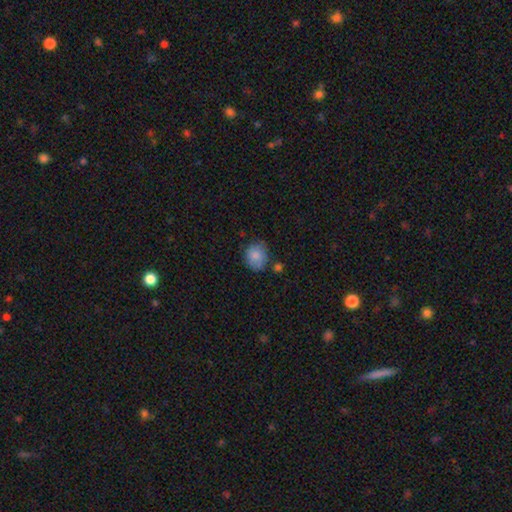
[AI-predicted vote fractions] Smooth or featured?
  - smooth: 80% *
  - featured or disk: 12%
  - star or artifact: 8%
How rounded?
  - round: 68% *
  - in between: 31%
  - cigar-shaped: 1%
Merging?
  - none: 63% *
  - minor disturbance: 24%
  - major disturbance: 6%
  - merger: 6%